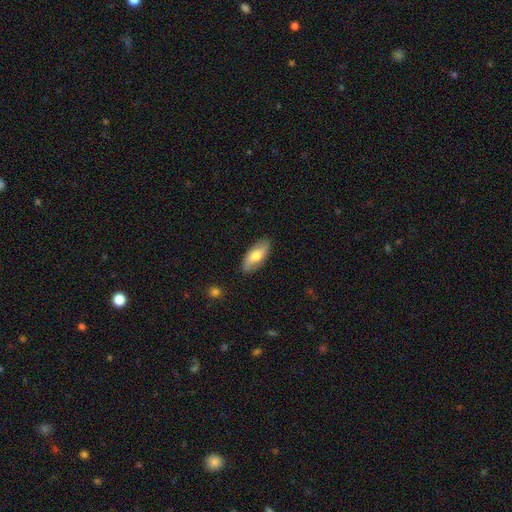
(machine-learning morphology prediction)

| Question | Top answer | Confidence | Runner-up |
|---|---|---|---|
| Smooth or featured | smooth | 59% | featured or disk (35%) |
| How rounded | in between | 85% | cigar-shaped (12%) |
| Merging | none | 85% | minor disturbance (11%) |